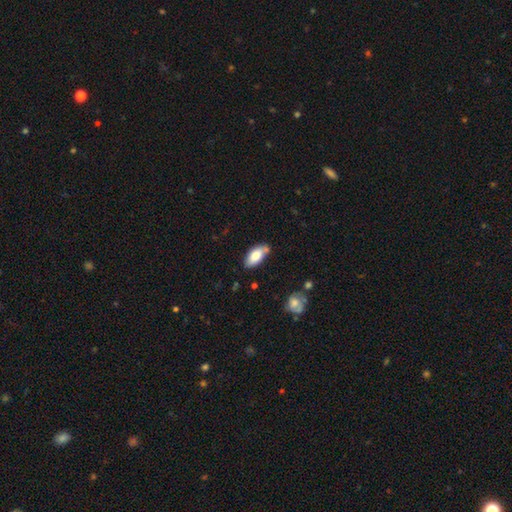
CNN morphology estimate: Smooth or featured: smooth — 81% (featured or disk — 13%)
How rounded: in between — 91% (cigar-shaped — 6%)
Merging: none — 70% (minor disturbance — 21%)